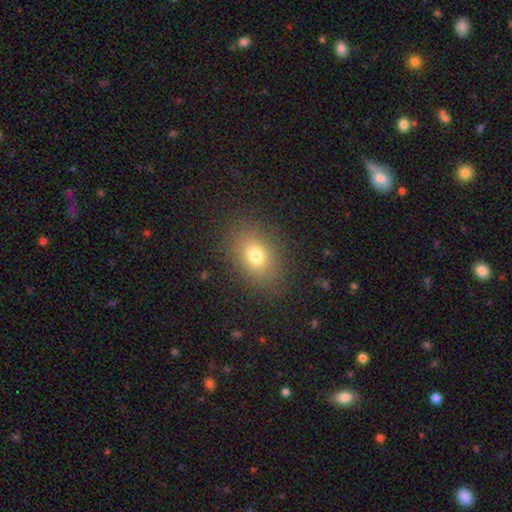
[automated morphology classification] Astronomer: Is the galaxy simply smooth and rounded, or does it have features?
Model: smooth — 75%.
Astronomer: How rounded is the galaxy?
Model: in between — 67%.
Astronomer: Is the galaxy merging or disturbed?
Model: none — 86%.